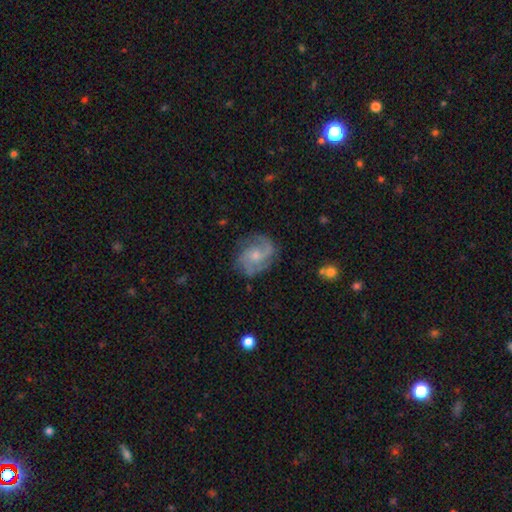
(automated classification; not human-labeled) The model was most divided on "bulge size": small: 48%, moderate: 42%, none: 6%, large: 3%, dominant: 1%. Remaining: edge-on disk — no (98%); spiral arms — yes (94%); smooth or featured — featured or disk (78%); merging — none (72%); bar — no (66%); spiral winding — medium (49%); spiral arm count — 2 (45%).